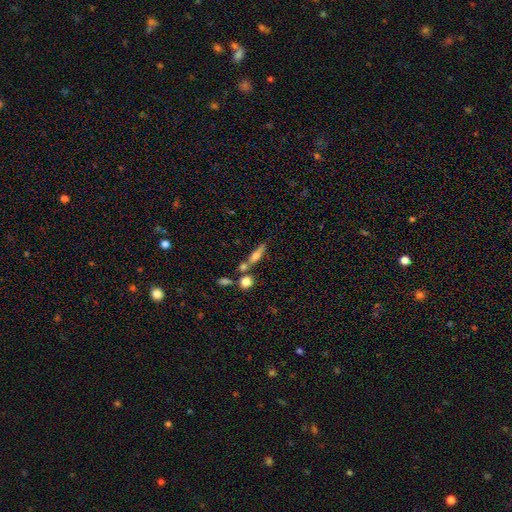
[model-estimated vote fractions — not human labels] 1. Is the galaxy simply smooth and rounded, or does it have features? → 55% smooth, 35% featured or disk, 10% star or artifact.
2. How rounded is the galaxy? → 62% cigar-shaped, 30% in between, 8% round.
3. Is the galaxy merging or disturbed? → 55% none, 25% merger, 13% minor disturbance, 6% major disturbance.